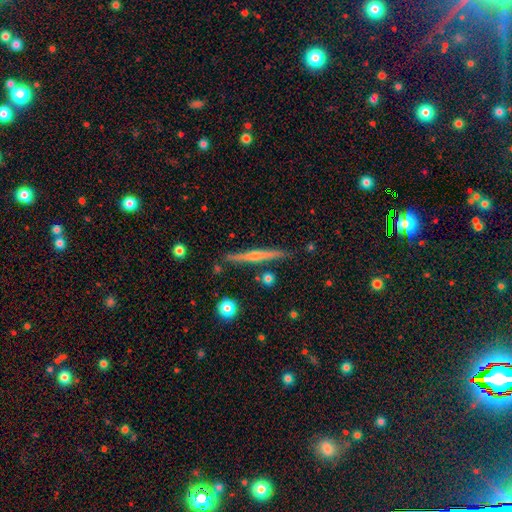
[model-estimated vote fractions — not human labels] Smooth or featured?
  - featured or disk: 69% *
  - smooth: 24%
  - star or artifact: 7%
Edge-on disk?
  - yes: 98% *
  - no: 2%
Edge-on bulge?
  - rounded: 71% *
  - none: 22%
  - boxy: 7%
Merging?
  - none: 88% *
  - minor disturbance: 8%
  - merger: 3%
  - major disturbance: 2%